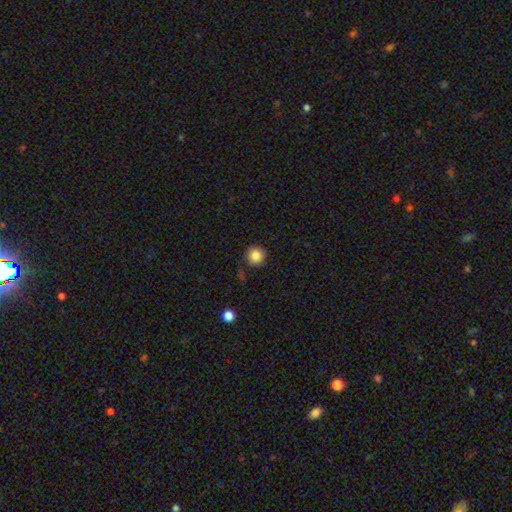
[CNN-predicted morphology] smooth-or-featured: smooth: 86% | star or artifact: 10% | featured or disk: 4%
  how-rounded: round: 95% | in between: 4% | cigar-shaped: 1%
  merging: none: 85% | minor disturbance: 10% | major disturbance: 3% | merger: 2%